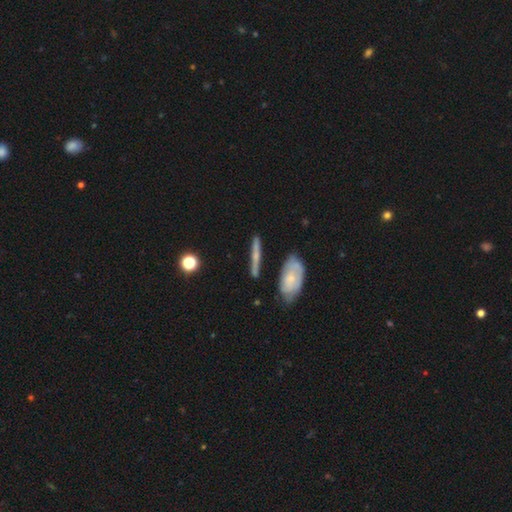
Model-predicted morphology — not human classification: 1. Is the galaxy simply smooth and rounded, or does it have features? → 56% featured or disk, 36% smooth, 8% star or artifact.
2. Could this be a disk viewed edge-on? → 88% yes, 12% no.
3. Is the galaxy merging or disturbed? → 80% none, 13% minor disturbance, 4% merger, 3% major disturbance.